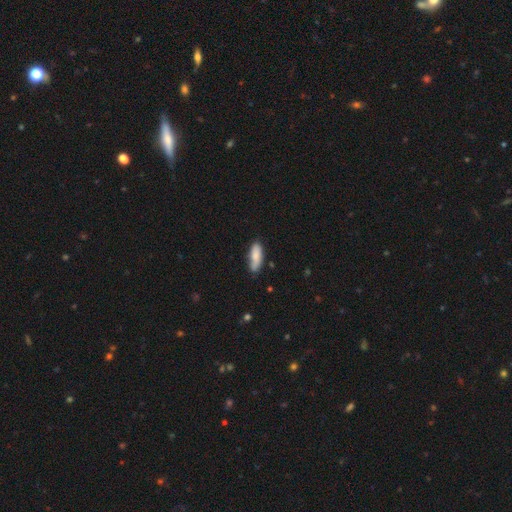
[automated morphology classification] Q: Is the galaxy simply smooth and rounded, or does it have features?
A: smooth — 82%.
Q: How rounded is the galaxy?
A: in between — 62%.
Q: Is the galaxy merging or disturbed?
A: none — 69%.